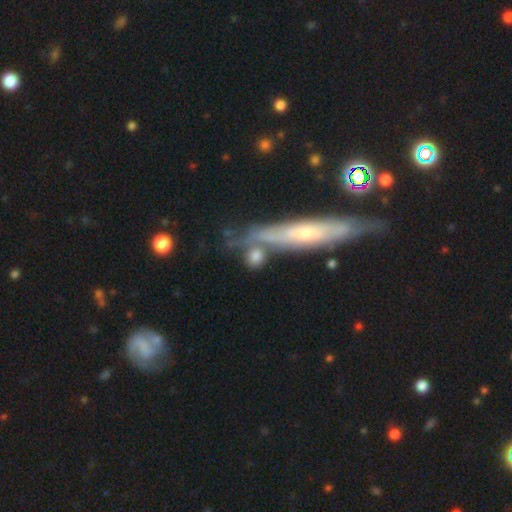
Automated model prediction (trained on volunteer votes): A smooth galaxy with no disk features (72%) that is round (57%).

Vote fractions:
- Smooth or featured? smooth: 72% / featured or disk: 18% / star or artifact: 10%
- How rounded? round: 57% / in between: 27% / cigar-shaped: 16%
- Merging? none: 58% / merger: 19% / minor disturbance: 14% / major disturbance: 9%